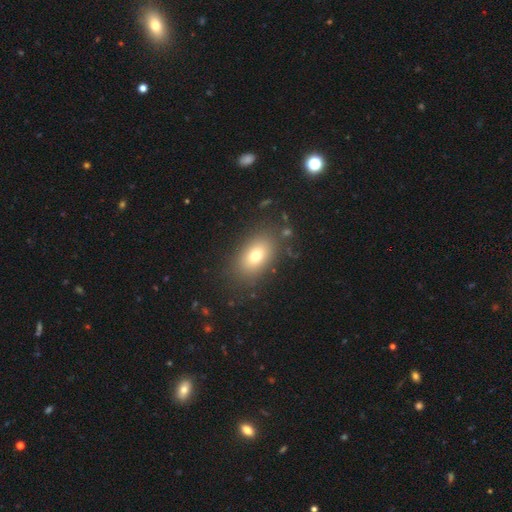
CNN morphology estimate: type=smooth (75%); roundness=in between (84%); merging=none (83%).